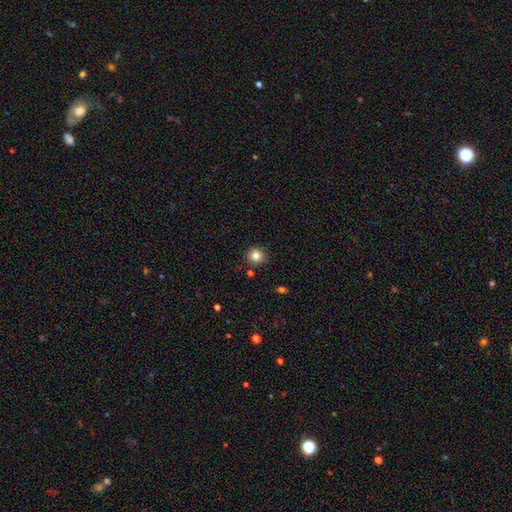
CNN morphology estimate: Overall: smooth (82%). How rounded: round (94%). Merging: none (87%).